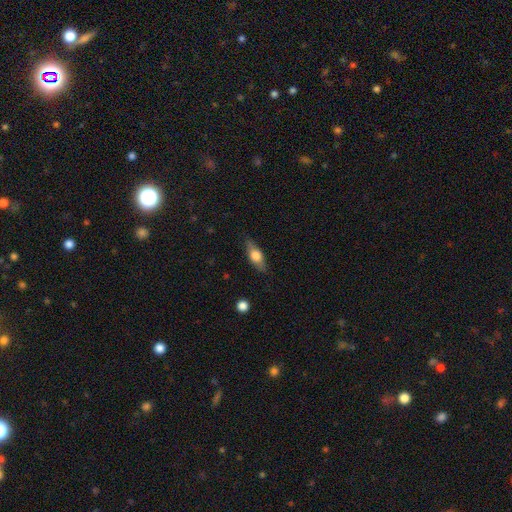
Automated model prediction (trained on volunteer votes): The model was most divided on "smooth or featured": smooth: 57%, featured or disk: 37%, star or artifact: 6%. More confident: merging — none (82%); how rounded — in between (67%).